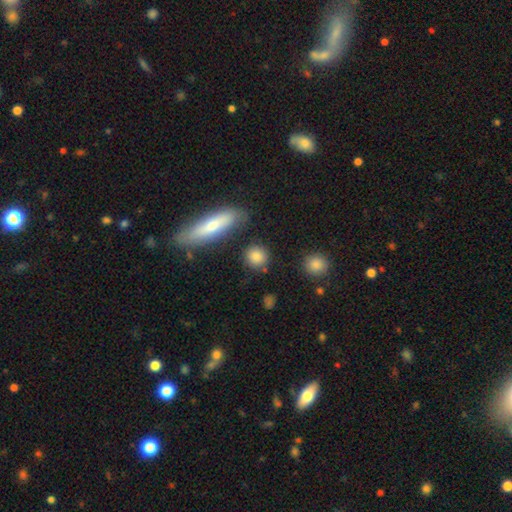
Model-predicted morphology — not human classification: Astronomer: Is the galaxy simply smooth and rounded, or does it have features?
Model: smooth — 84%.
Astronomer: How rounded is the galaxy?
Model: round — 80%.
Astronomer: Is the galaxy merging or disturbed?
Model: none — 81%.